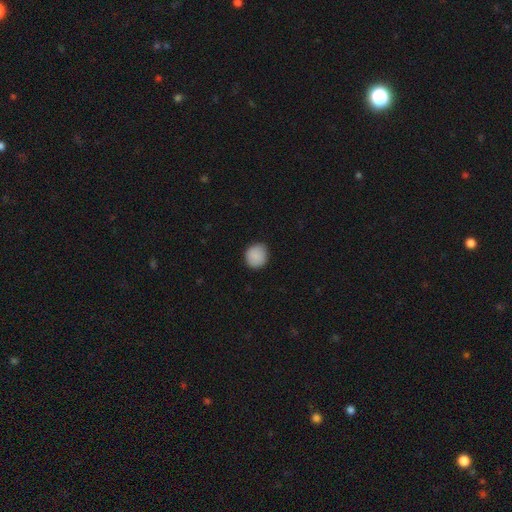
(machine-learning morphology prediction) smooth-or-featured: smooth: 88% | star or artifact: 8% | featured or disk: 4%
  how-rounded: round: 84% | in between: 15% | cigar-shaped: 1%
  merging: none: 84% | minor disturbance: 13% | major disturbance: 2% | merger: 1%